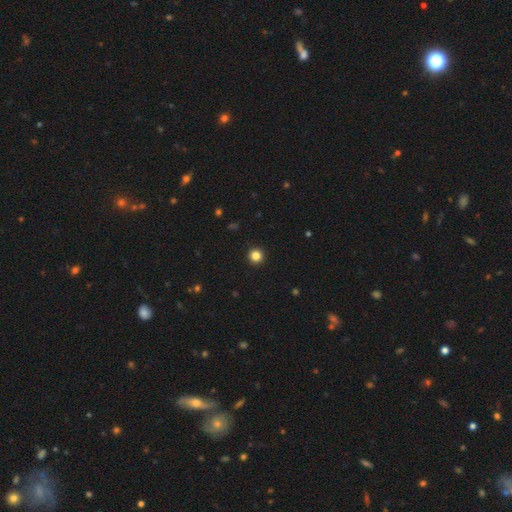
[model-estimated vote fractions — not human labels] Smooth or featured?
  - smooth: 84% *
  - star or artifact: 12%
  - featured or disk: 4%
How rounded?
  - round: 95% *
  - in between: 4%
  - cigar-shaped: 1%
Merging?
  - none: 94% *
  - minor disturbance: 4%
  - major disturbance: 1%
  - merger: 1%